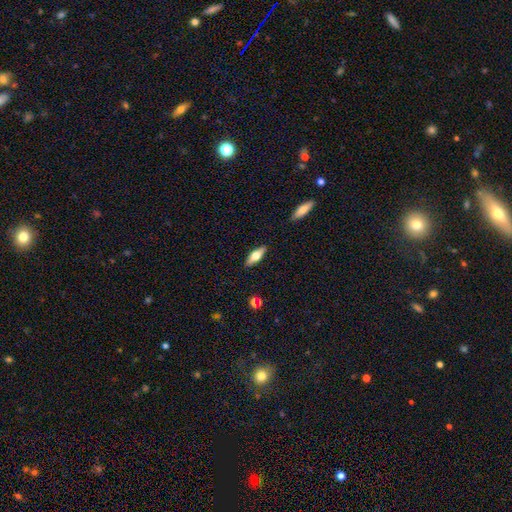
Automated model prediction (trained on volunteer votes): Smooth or featured?
  - smooth: 59% *
  - featured or disk: 35%
  - star or artifact: 6%
How rounded?
  - in between: 60% *
  - cigar-shaped: 37%
  - round: 2%
Merging?
  - none: 88% *
  - minor disturbance: 9%
  - major disturbance: 2%
  - merger: 1%